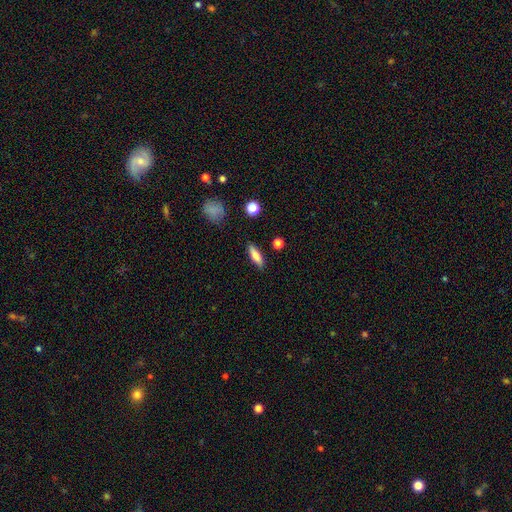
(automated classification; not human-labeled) Smooth or featured: smooth — 77% (featured or disk — 15%)
How rounded: cigar-shaped — 53% (in between — 44%)
Merging: none — 85% (minor disturbance — 10%)